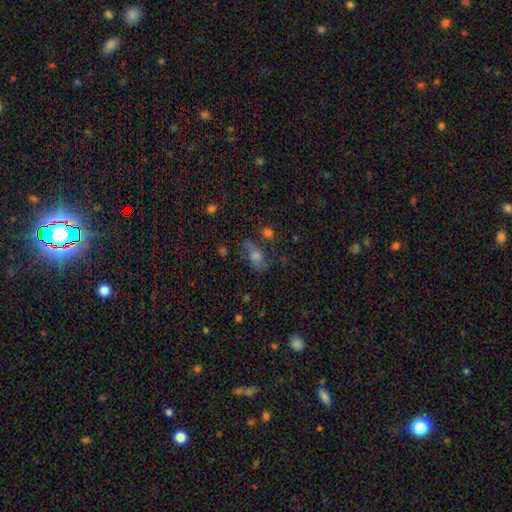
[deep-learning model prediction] Overall: featured or disk (40%; smooth 38%). Merging: none (57%; minor disturbance 21%).